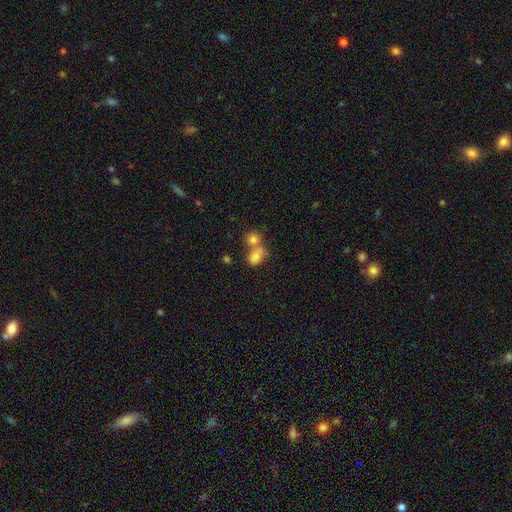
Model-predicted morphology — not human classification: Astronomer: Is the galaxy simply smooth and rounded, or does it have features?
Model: smooth — 79%.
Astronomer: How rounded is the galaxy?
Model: in between — 71%.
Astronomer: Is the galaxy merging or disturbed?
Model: merger — 55%.